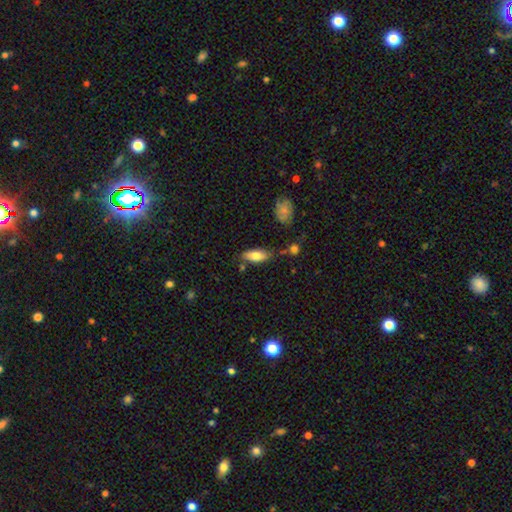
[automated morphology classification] This appears to be a smooth galaxy with no disk features (75%) that is in between round and cigar-shaped (82%). Merging: none (69%).